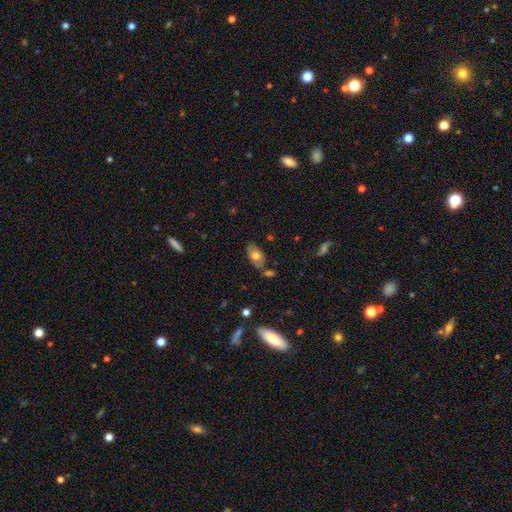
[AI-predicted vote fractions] Smooth or featured?
  - smooth: 59% *
  - featured or disk: 33%
  - star or artifact: 8%
How rounded?
  - in between: 91% *
  - round: 6%
  - cigar-shaped: 3%
Merging?
  - none: 65% *
  - minor disturbance: 19%
  - merger: 11%
  - major disturbance: 5%